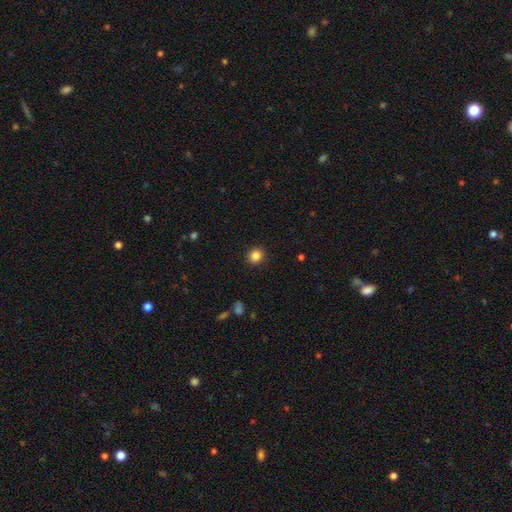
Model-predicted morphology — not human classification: smooth-or-featured: smooth: 84% | star or artifact: 11% | featured or disk: 5%
  how-rounded: round: 88% | in between: 11% | cigar-shaped: 1%
  merging: none: 92% | minor disturbance: 5% | major disturbance: 2% | merger: 1%